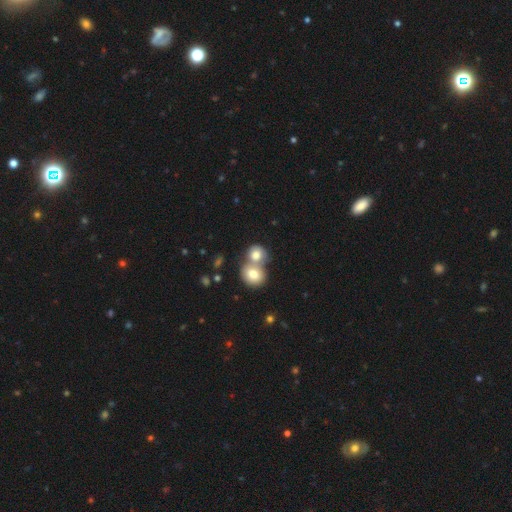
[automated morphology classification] The model was most divided on "merging": none: 47%, merger: 37%, minor disturbance: 9%, major disturbance: 7%. Remaining: smooth or featured — smooth (49%).